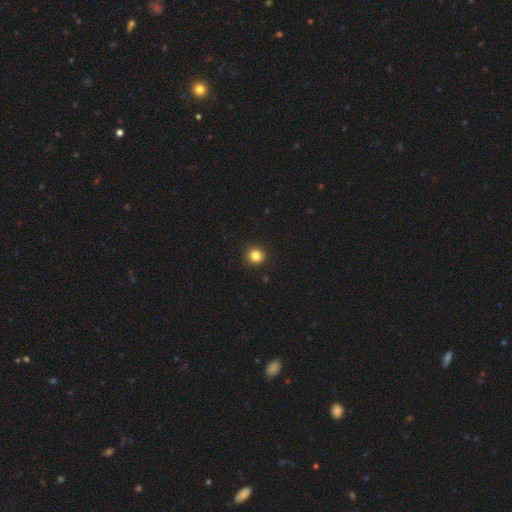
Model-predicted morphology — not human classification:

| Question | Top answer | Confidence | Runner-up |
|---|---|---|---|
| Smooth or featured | smooth | 84% | star or artifact (12%) |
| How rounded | round | 93% | in between (6%) |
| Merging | none | 93% | minor disturbance (5%) |